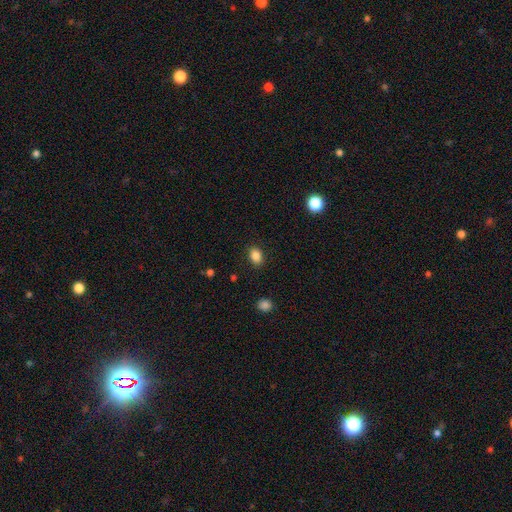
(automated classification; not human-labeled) smooth-or-featured: smooth: 85% | star or artifact: 10% | featured or disk: 5%
  how-rounded: in between: 68% | round: 31% | cigar-shaped: 1%
  merging: none: 88% | minor disturbance: 9% | major disturbance: 2% | merger: 1%